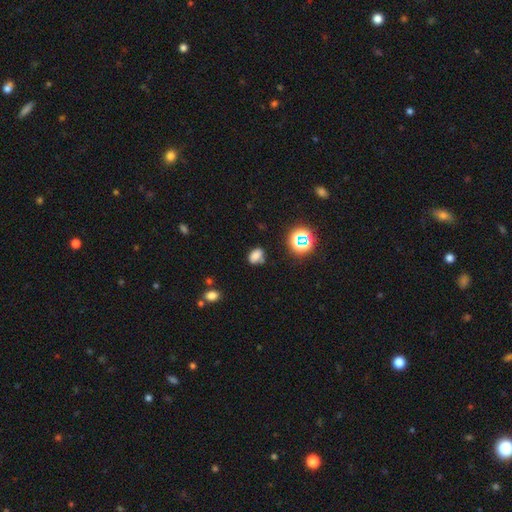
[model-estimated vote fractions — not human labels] Smooth or featured? smooth (73%)
How rounded? in between (73%)
Merging? none (68%)